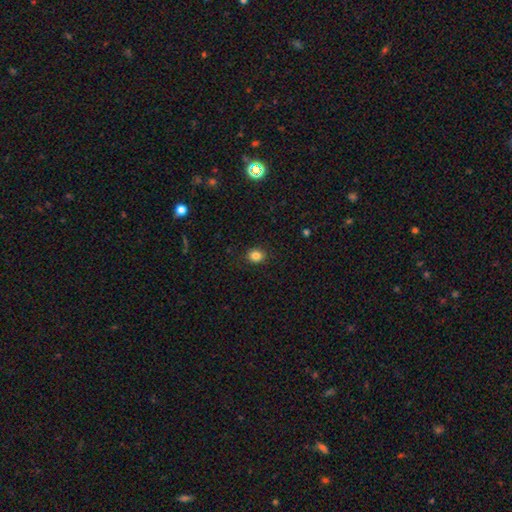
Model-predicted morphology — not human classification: Smooth or featured: smooth — 84% (star or artifact — 11%)
How rounded: round — 70% (in between — 29%)
Merging: none — 89% (minor disturbance — 8%)